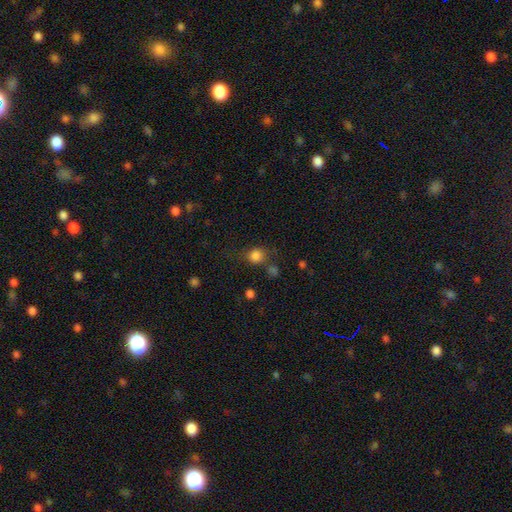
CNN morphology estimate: Overall: smooth (80%). How rounded: round (80%). Merging: none (64%).